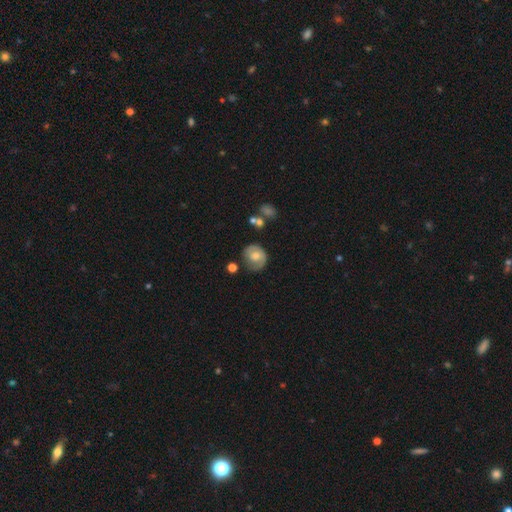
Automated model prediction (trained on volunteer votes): Smooth or featured? smooth (49%)
Merging? none (61%)